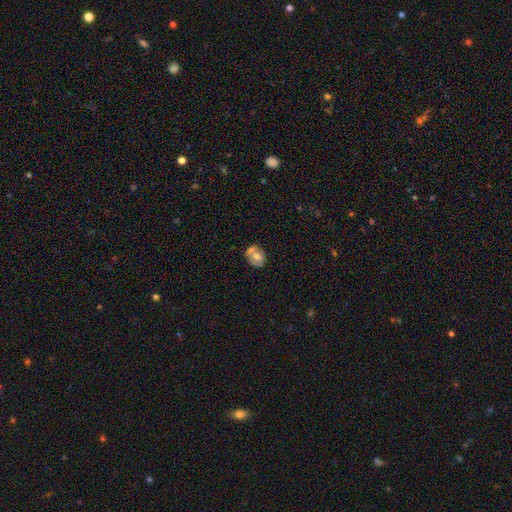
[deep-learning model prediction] Q: Smooth or featured?
A: smooth (48%); runner-up: featured or disk (44%)
Q: Merging?
A: none (44%); runner-up: merger (31%)